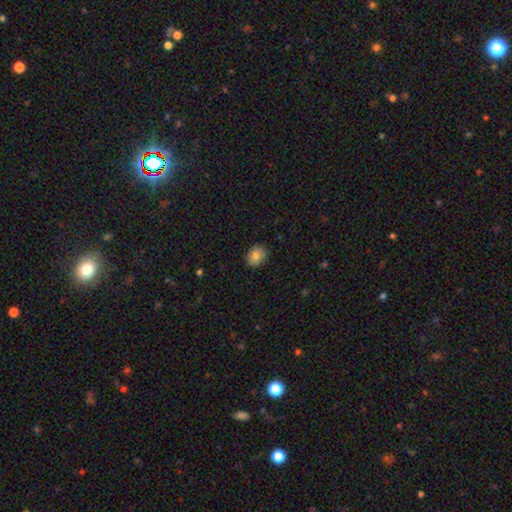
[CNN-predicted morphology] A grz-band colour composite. It shows a smooth galaxy with no disk features (83%) that is in between round and cigar-shaped (53%). Merging: none (89%).